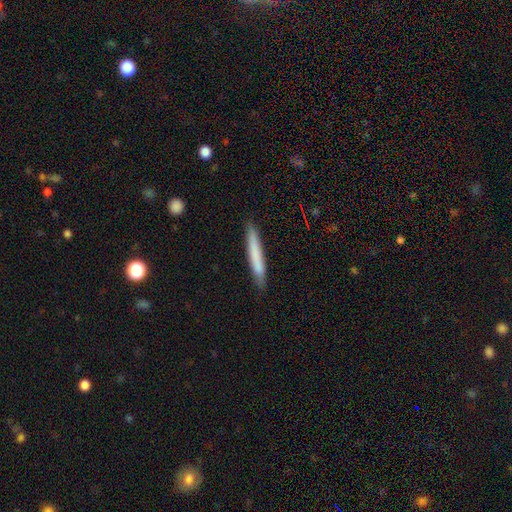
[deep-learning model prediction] smooth_or_featured: smooth (p=0.72) [alt: featured or disk p=0.22]
how_rounded: cigar-shaped (p=0.96) [alt: in between p=0.03]
merging: none (p=0.88) [alt: minor disturbance p=0.09]